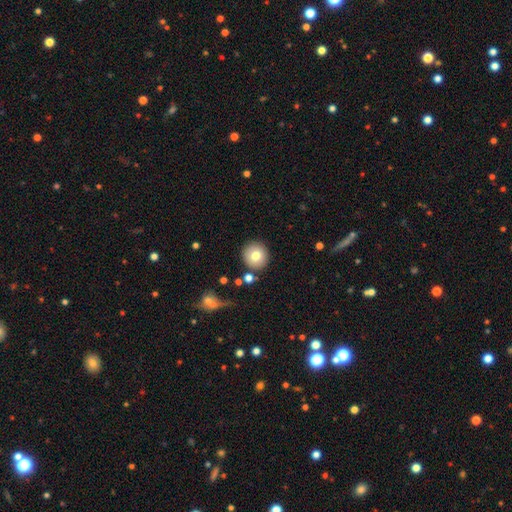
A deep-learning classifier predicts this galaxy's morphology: smooth 78%, featured or disk 13%, star or artifact 10%. Down the decision tree: how rounded — round (94%); merging — none (86%).